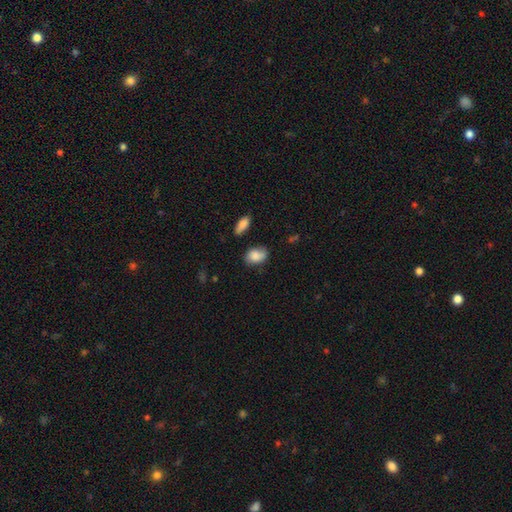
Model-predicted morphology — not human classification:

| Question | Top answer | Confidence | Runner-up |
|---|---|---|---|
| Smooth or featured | smooth | 80% | featured or disk (12%) |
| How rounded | in between | 82% | round (16%) |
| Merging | none | 63% | minor disturbance (27%) |